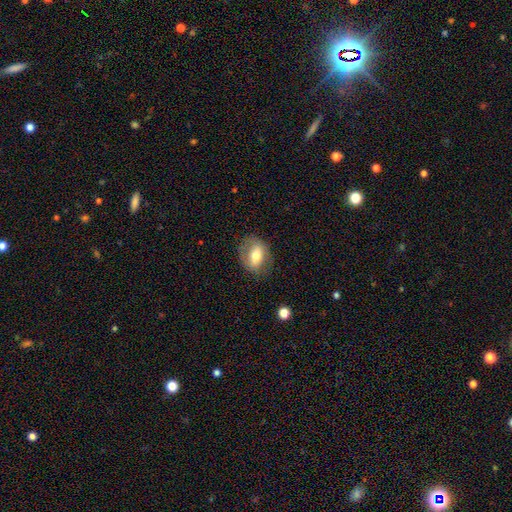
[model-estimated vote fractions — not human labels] A smooth galaxy with no disk features (59%) that is in between round and cigar-shaped (67%).

Vote fractions:
- Smooth or featured? smooth: 59% / featured or disk: 33% / star or artifact: 8%
- How rounded? in between: 67% / round: 31% / cigar-shaped: 2%
- Merging? none: 74% / minor disturbance: 18% / major disturbance: 7% / merger: 1%